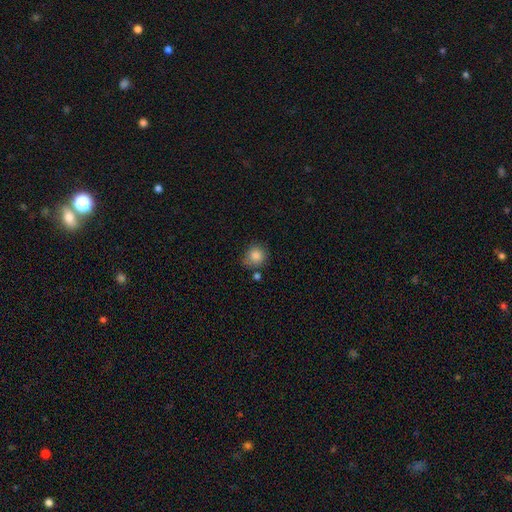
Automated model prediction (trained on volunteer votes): This is clearly a smooth galaxy (85%). How rounded: clearly round (86%). Merging: likely none (70%).